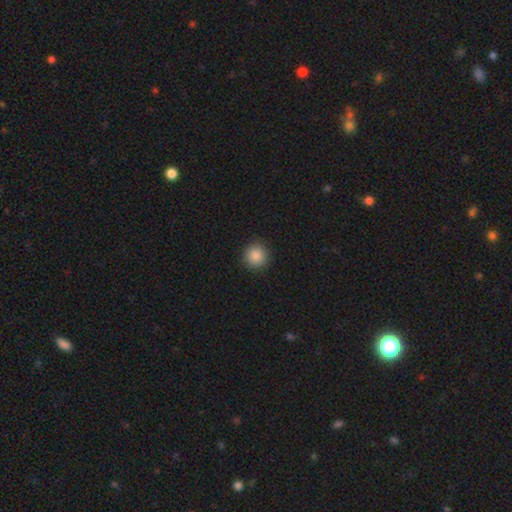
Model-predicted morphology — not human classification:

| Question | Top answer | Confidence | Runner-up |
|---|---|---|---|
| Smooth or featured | smooth | 88% | star or artifact (9%) |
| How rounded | round | 94% | in between (5%) |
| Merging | none | 91% | minor disturbance (6%) |